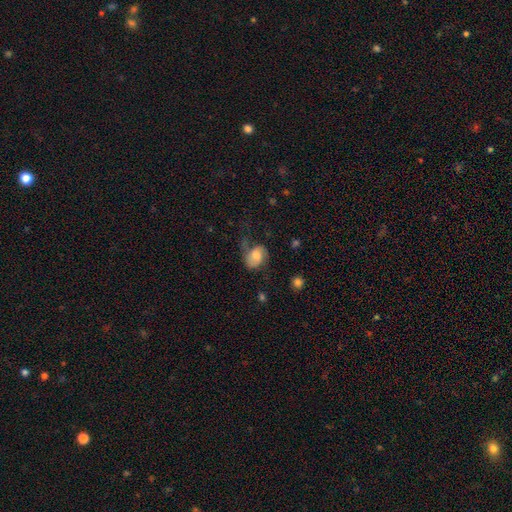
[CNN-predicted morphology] type=smooth (55%); roundness=in between (66%); merging=none (39%).